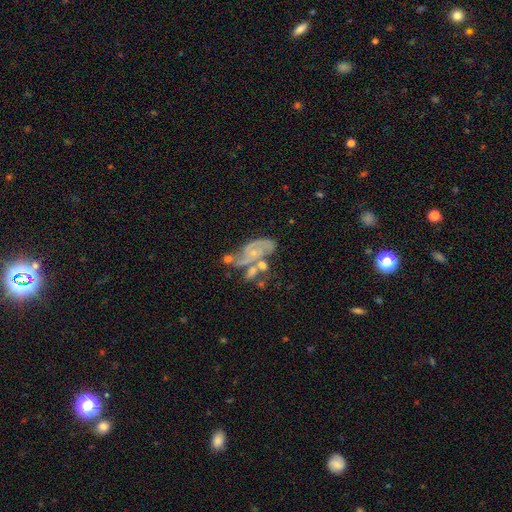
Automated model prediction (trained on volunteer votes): Smooth or featured? Predicted: featured or disk (p=0.70). Edge-on disk? Predicted: no (p=0.96). Bar? Predicted: no (p=0.66). Spiral arms? Predicted: yes (p=0.74). Bulge size? Predicted: small (p=0.65). Merging? Predicted: none (p=0.33).